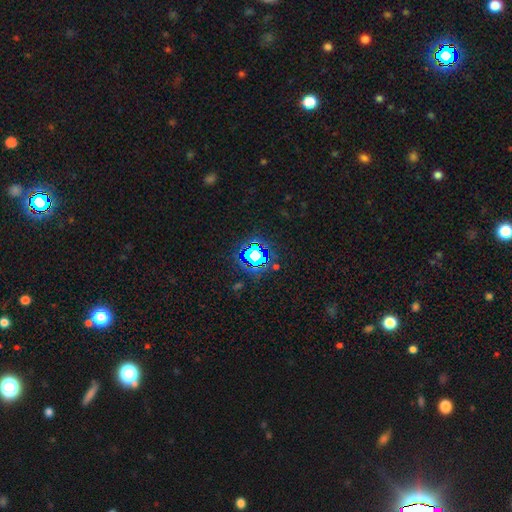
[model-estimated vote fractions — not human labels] The model was most divided on "smooth or featured": star or artifact: 69%, smooth: 19%, featured or disk: 11%.